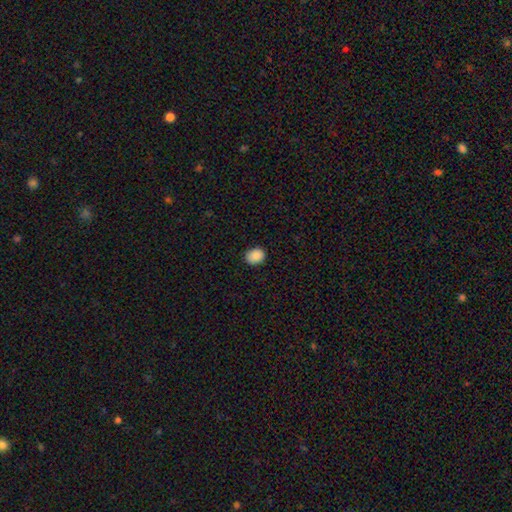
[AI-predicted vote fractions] Q: Smooth or featured?
A: smooth (88%); runner-up: star or artifact (8%)
Q: How rounded?
A: in between (52%); runner-up: round (48%)
Q: Merging?
A: none (85%); runner-up: minor disturbance (12%)